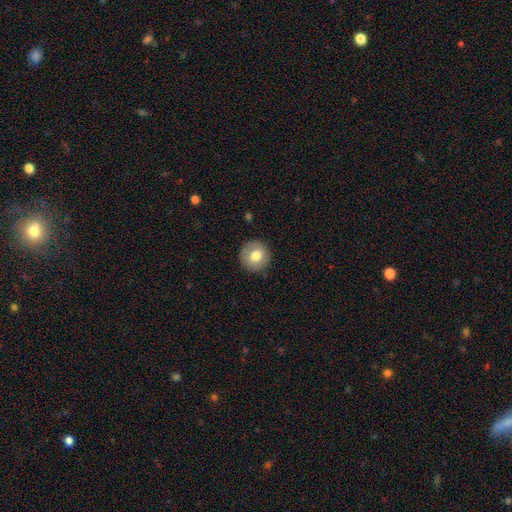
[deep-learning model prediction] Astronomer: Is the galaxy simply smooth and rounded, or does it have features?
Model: smooth — 74%.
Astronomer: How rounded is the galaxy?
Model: round — 93%.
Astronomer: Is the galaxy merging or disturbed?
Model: none — 89%.